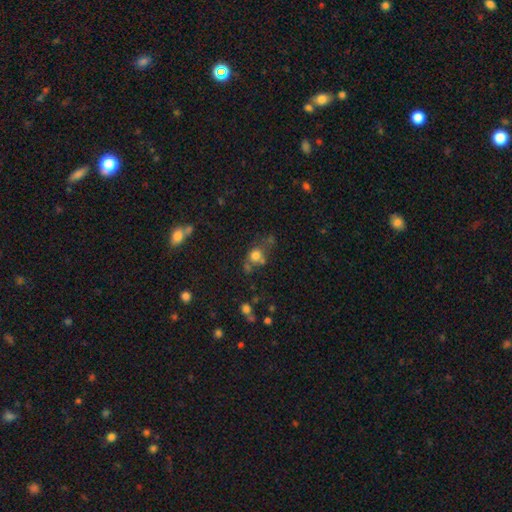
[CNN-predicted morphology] smooth 70%, star or artifact 17%, featured or disk 12%. Down the decision tree: how rounded — round (75%); merging — none (47%).